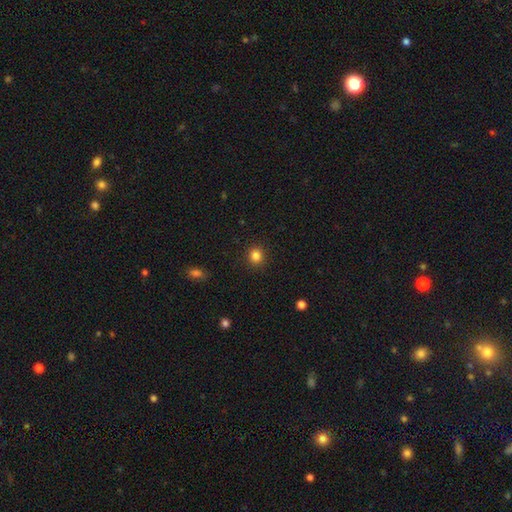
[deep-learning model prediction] The model was most divided on "smooth or featured": smooth: 84%, star or artifact: 12%, featured or disk: 4%. More confident: merging — none (91%); how rounded — round (86%).